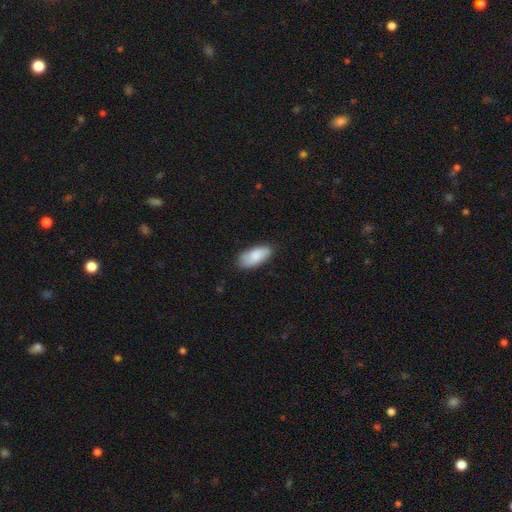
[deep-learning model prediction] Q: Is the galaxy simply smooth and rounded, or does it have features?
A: smooth — 80%.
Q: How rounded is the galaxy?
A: in between — 89%.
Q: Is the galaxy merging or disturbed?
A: none — 78%.